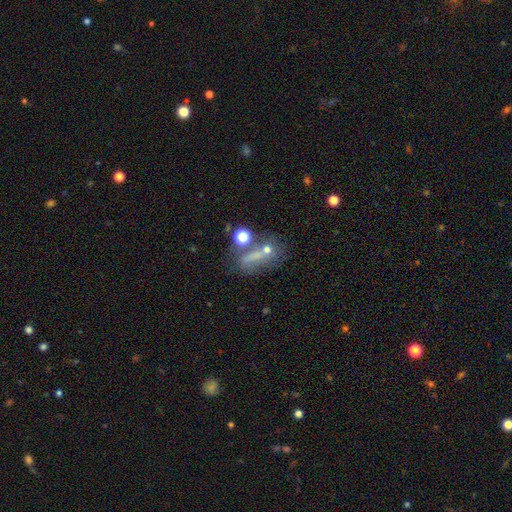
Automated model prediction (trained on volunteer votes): Morphology: type=smooth (47%); merging=none (41%).